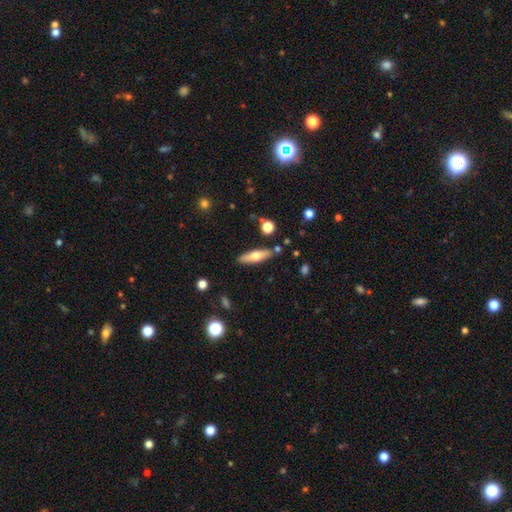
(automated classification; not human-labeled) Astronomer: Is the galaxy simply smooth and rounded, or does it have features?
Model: smooth — 54% (runner-up: featured or disk, 39%).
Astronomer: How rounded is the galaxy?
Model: cigar-shaped — 66%.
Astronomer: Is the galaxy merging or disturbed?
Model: none — 83%.